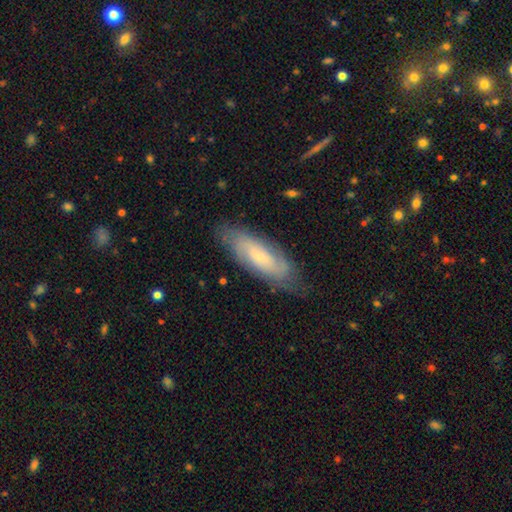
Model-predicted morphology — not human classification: type=featured or disk (48%); merging=none (77%).